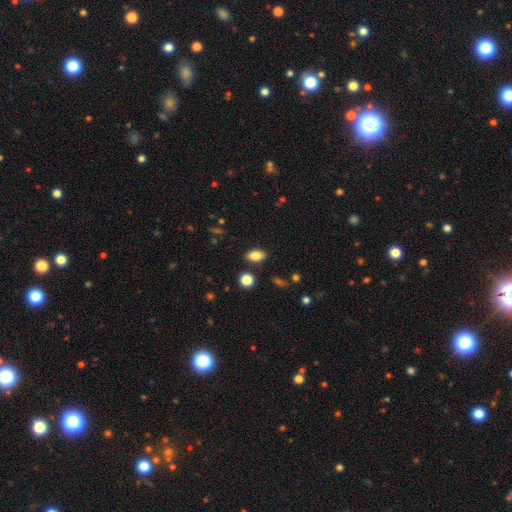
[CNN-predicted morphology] Smooth or featured? Predicted: smooth (p=0.83). How rounded? Predicted: in between (p=0.87). Merging? Predicted: none (p=0.87).